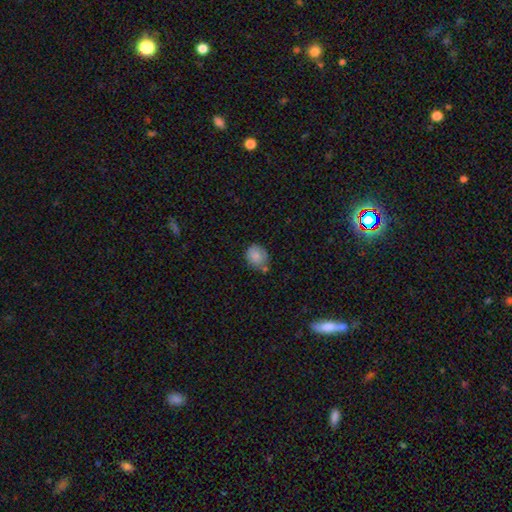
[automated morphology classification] This is clearly a smooth galaxy (83%). How rounded: likely round (68%). Merging: likely none (63%).